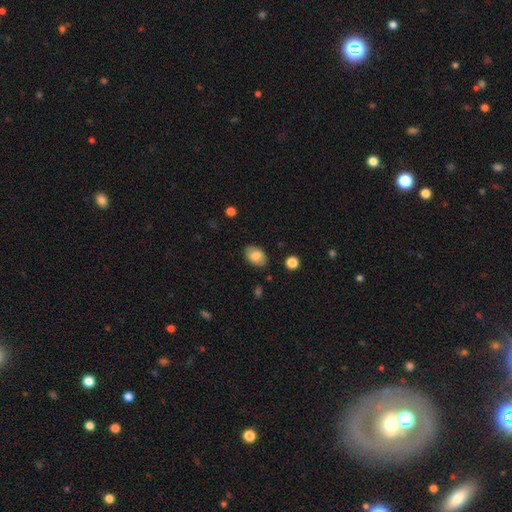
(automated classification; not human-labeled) Smooth or featured? smooth (79%)
How rounded? in between (86%)
Merging? none (85%)